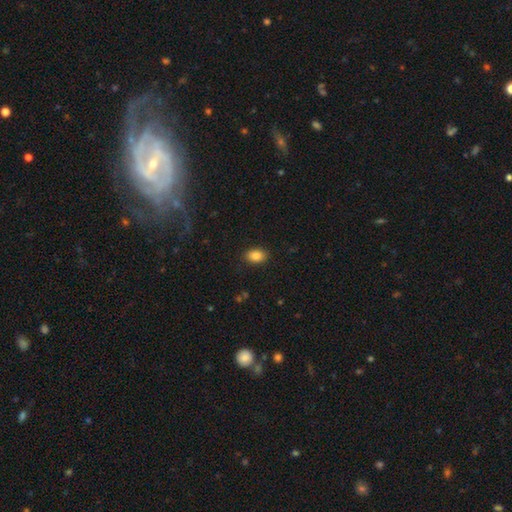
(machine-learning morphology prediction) smooth 87%, star or artifact 9%, featured or disk 4%. Down the decision tree: how rounded — in between (82%); merging — none (88%).